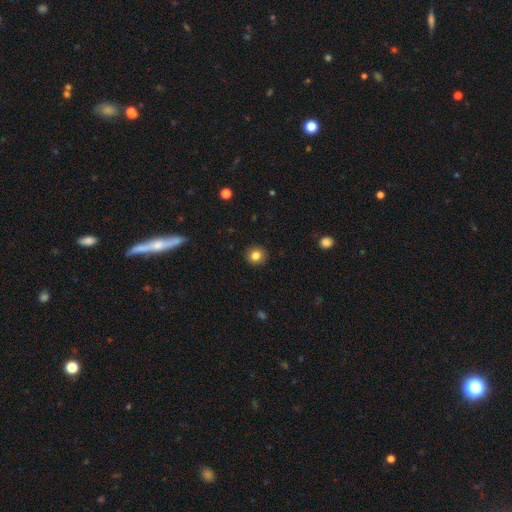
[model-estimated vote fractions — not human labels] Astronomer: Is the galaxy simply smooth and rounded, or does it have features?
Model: smooth — 83%.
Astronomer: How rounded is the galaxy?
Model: round — 90%.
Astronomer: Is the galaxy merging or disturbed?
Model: none — 92%.